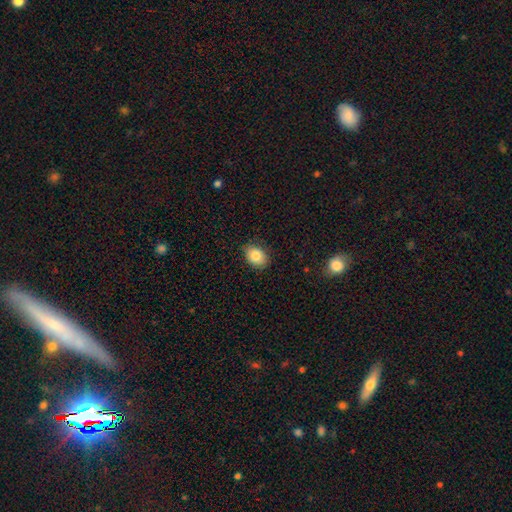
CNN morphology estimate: Q: Smooth or featured?
A: smooth (83%); runner-up: featured or disk (9%)
Q: How rounded?
A: in between (73%); runner-up: round (27%)
Q: Merging?
A: none (84%); runner-up: minor disturbance (12%)